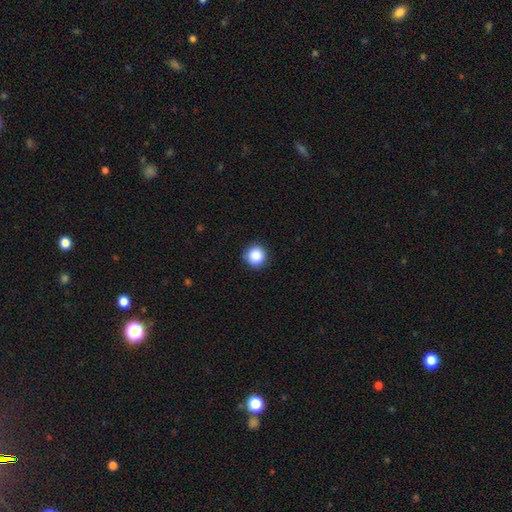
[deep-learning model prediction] Morphology: type=smooth (88%); roundness=round (96%); merging=none (90%).